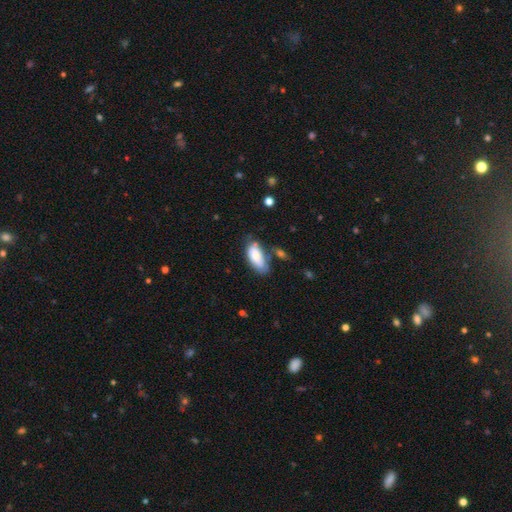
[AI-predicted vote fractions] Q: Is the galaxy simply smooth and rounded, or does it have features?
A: smooth — 71%.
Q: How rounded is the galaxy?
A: in between — 90%.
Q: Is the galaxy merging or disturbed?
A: none — 54%.